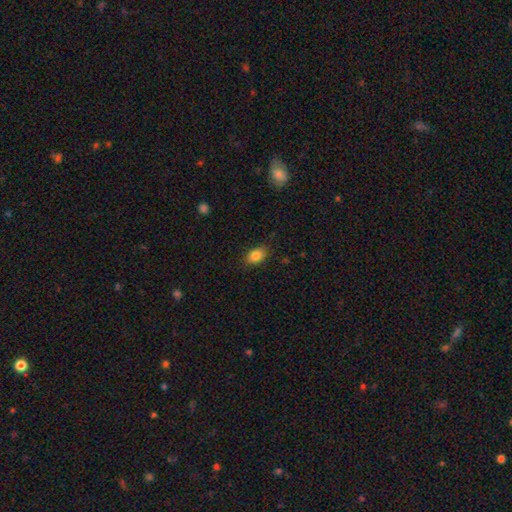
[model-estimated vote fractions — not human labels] Q: Smooth or featured?
A: smooth (84%); runner-up: star or artifact (9%)
Q: How rounded?
A: in between (83%); runner-up: round (16%)
Q: Merging?
A: none (83%); runner-up: minor disturbance (14%)